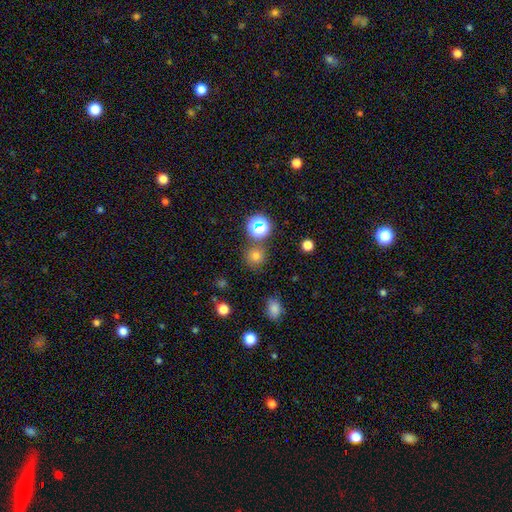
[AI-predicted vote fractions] smooth-or-featured: smooth: 71% | star or artifact: 22% | featured or disk: 6%
  how-rounded: round: 91% | in between: 8% | cigar-shaped: 1%
  merging: none: 79% | minor disturbance: 9% | merger: 9% | major disturbance: 3%